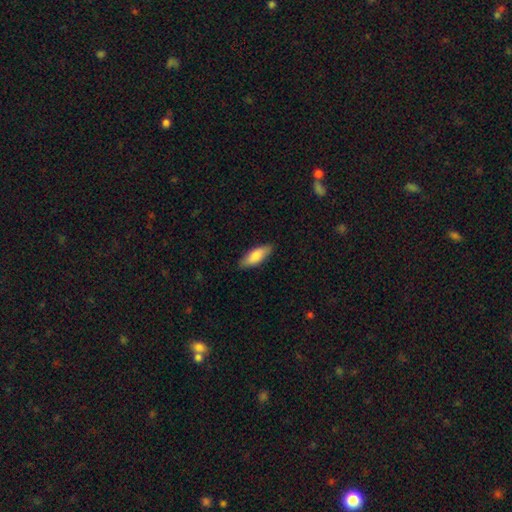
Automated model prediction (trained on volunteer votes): Smooth or featured? smooth (82%)
How rounded? in between (67%)
Merging? none (87%)